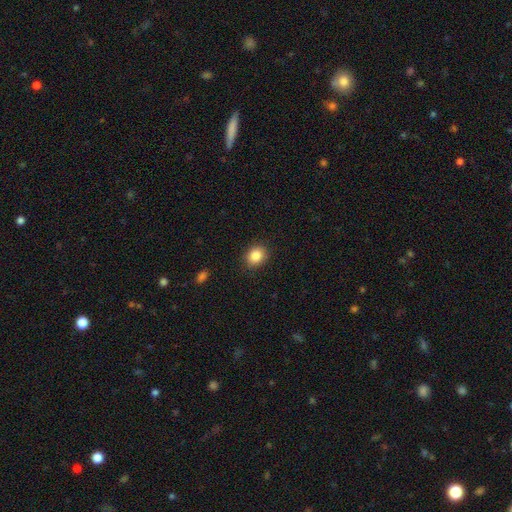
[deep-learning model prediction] smooth 85%, star or artifact 9%, featured or disk 6%. Down the decision tree: how rounded — round (57%); merging — none (88%).